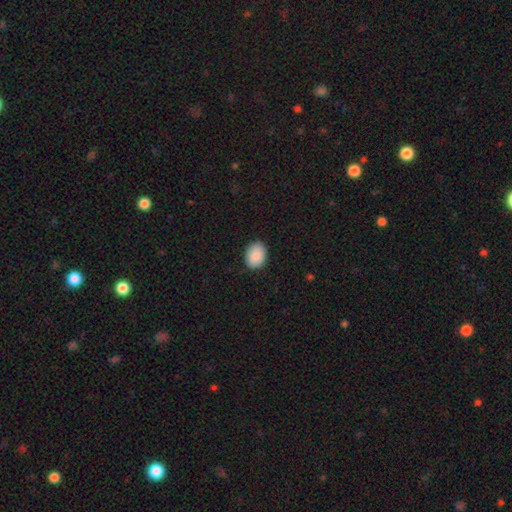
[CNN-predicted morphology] Q: Smooth or featured?
A: smooth (89%); runner-up: star or artifact (7%)
Q: How rounded?
A: in between (64%); runner-up: round (35%)
Q: Merging?
A: none (87%); runner-up: minor disturbance (10%)